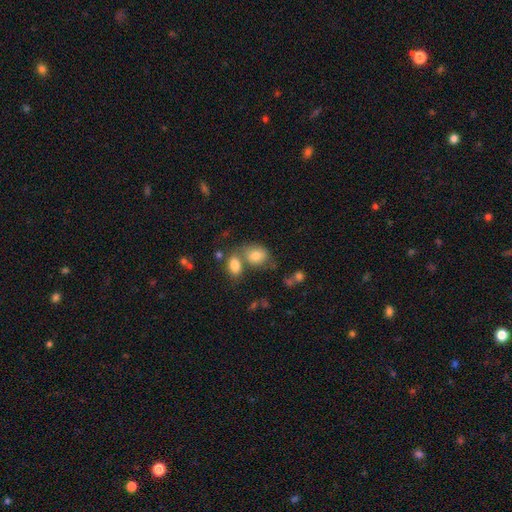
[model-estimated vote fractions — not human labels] Smooth or featured? Predicted: smooth (p=0.80). How rounded? Predicted: in between (p=0.64). Merging? Predicted: none (p=0.44).